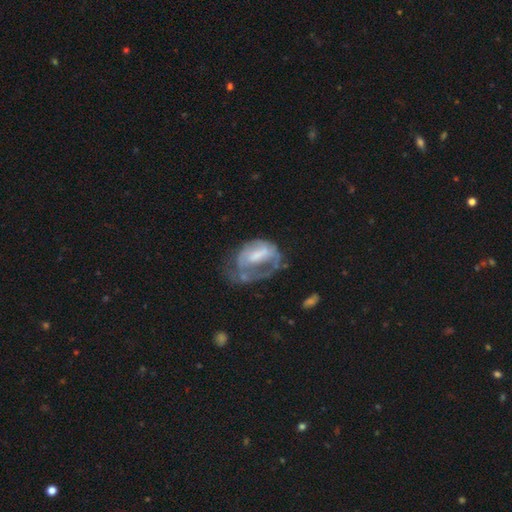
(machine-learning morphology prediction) Smooth or featured: featured or disk — 61% (smooth — 31%)
Edge-on disk: no — 96% (yes — 4%)
Bar: no — 43% (weak — 39%)
Spiral arms: no — 51% (yes — 49%)
Bulge size: moderate — 32% (none — 28%)
Merging: major disturbance — 44% (none — 26%)